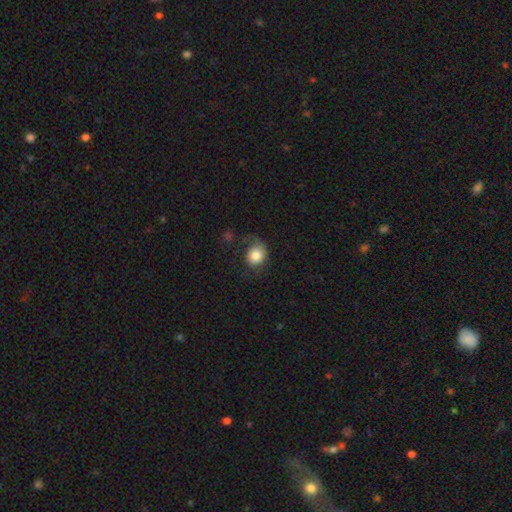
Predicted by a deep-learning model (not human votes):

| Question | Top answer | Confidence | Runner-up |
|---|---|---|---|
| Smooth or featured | smooth | 78% | featured or disk (14%) |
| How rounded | round | 61% | in between (38%) |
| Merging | none | 45% | major disturbance (26%) |